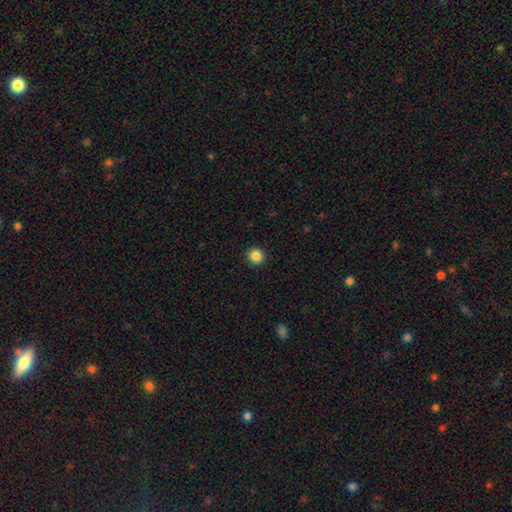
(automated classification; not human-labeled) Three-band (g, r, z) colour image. It shows a smooth galaxy with no disk features (86%) that is round (93%). Merging: none (92%).